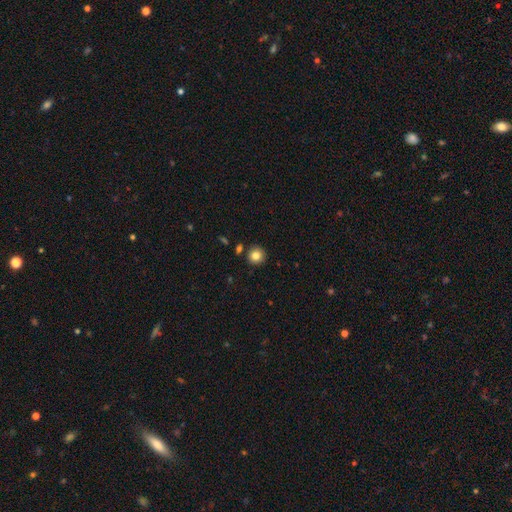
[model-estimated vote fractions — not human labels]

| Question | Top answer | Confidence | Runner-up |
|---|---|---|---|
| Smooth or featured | smooth | 83% | star or artifact (11%) |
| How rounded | round | 93% | in between (6%) |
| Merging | none | 87% | minor disturbance (7%) |